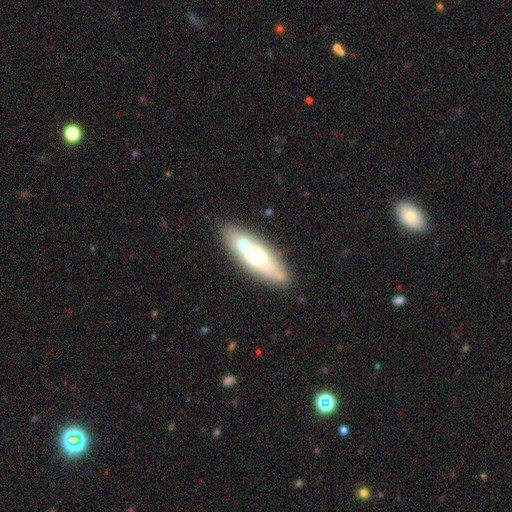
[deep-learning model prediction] smooth-or-featured: smooth: 51% | featured or disk: 39% | star or artifact: 10%
  how-rounded: in between: 63% | cigar-shaped: 31% | round: 6%
  merging: none: 64% | merger: 20% | minor disturbance: 11% | major disturbance: 5%